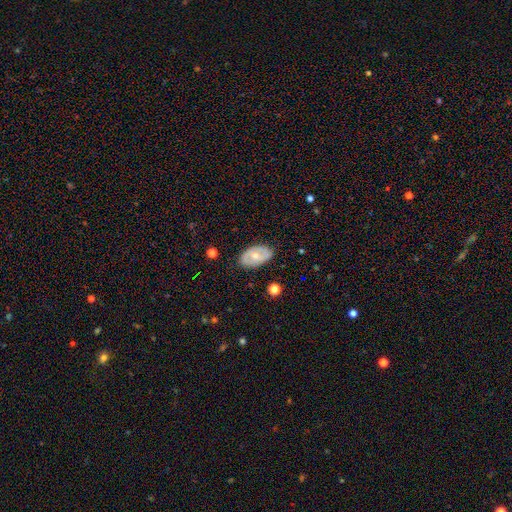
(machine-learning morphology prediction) Smooth or featured?
  - featured or disk: 53% *
  - smooth: 40%
  - star or artifact: 6%
Edge-on disk?
  - no: 92% *
  - yes: 8%
Merging?
  - none: 82% *
  - minor disturbance: 14%
  - major disturbance: 3%
  - merger: 1%